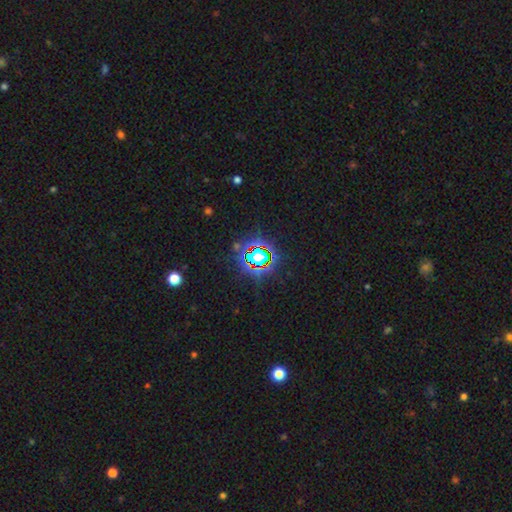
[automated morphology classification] star or artifact 75%, smooth 15%, featured or disk 10%.